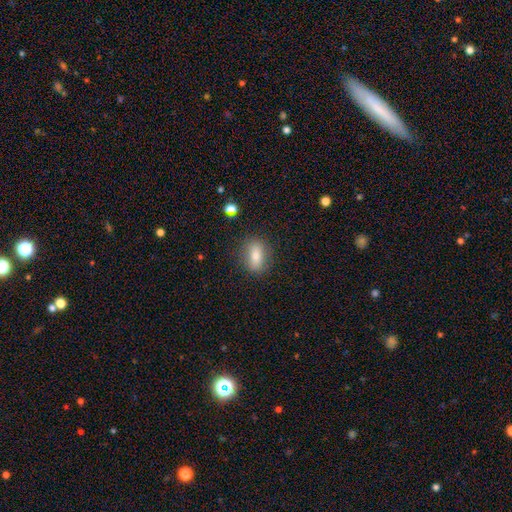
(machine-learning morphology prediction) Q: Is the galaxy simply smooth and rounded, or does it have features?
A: smooth — 79%.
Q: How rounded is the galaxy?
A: in between — 76%.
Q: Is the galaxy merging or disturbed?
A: none — 85%.